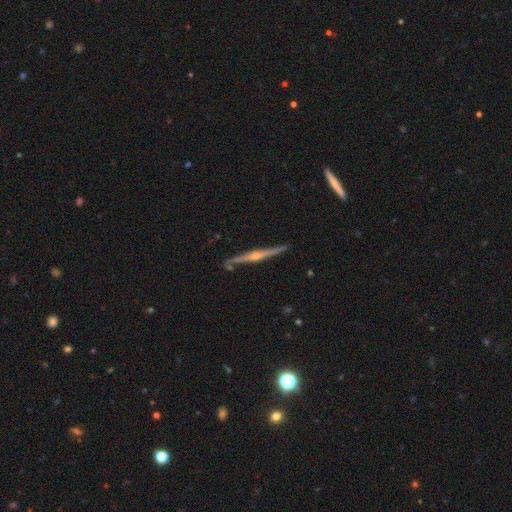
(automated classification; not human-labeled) Smooth or featured? featured or disk (85%)
Edge-on disk? yes (97%)
Edge-on bulge? rounded (87%)
Merging? none (85%)